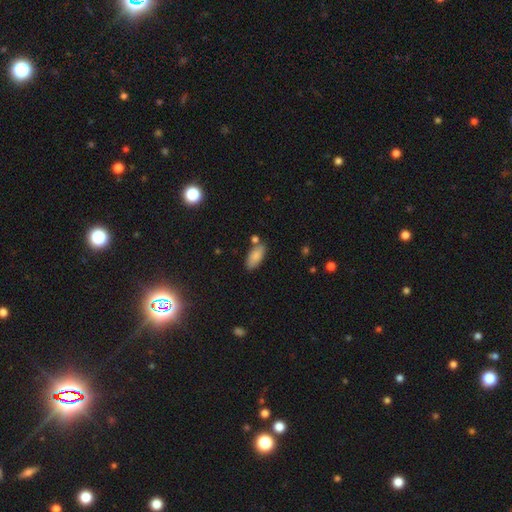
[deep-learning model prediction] smooth 85%, featured or disk 8%, star or artifact 8%. Down the decision tree: how rounded — in between (89%); merging — none (73%).